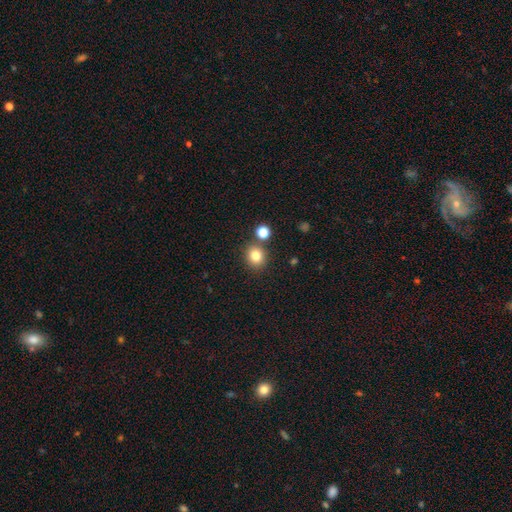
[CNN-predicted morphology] Smooth or featured? smooth (81%)
How rounded? round (83%)
Merging? none (80%)